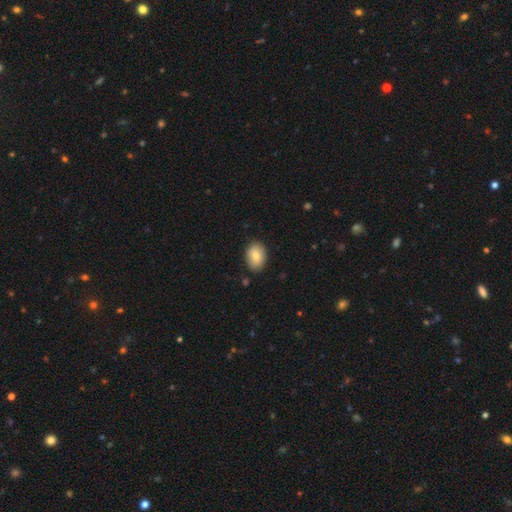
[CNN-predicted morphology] Smooth or featured?
  - smooth: 80% *
  - featured or disk: 13%
  - star or artifact: 7%
How rounded?
  - in between: 79% *
  - round: 19%
  - cigar-shaped: 1%
Merging?
  - none: 84% *
  - minor disturbance: 13%
  - major disturbance: 2%
  - merger: 1%